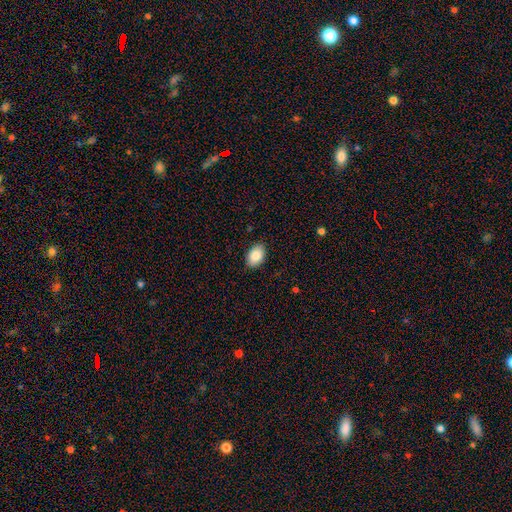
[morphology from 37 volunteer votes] Volunteers were most divided on "merging": none: 85%, minor disturbance: 15%, major disturbance: 0%, merger: 0%. More confident: how rounded — in between (91%); smooth or featured — smooth (89%).